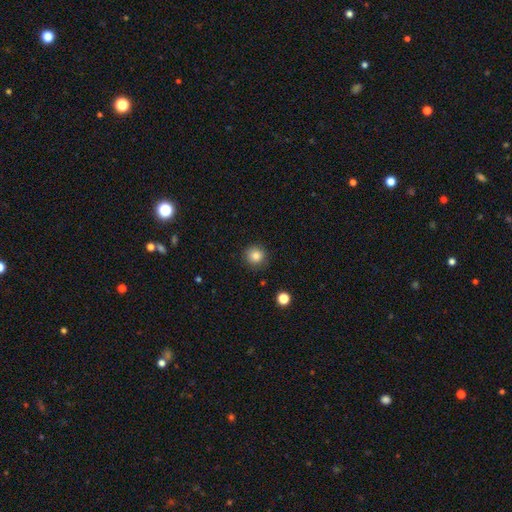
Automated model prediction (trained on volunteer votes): Overall: smooth (84%). How rounded: round (93%). Merging: none (88%).